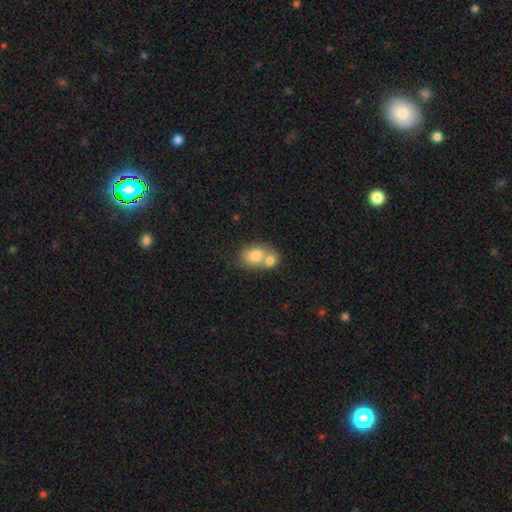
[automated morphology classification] smooth 79%, featured or disk 13%, star or artifact 7%. Down the decision tree: how rounded — in between (63%); merging — merger (63%).